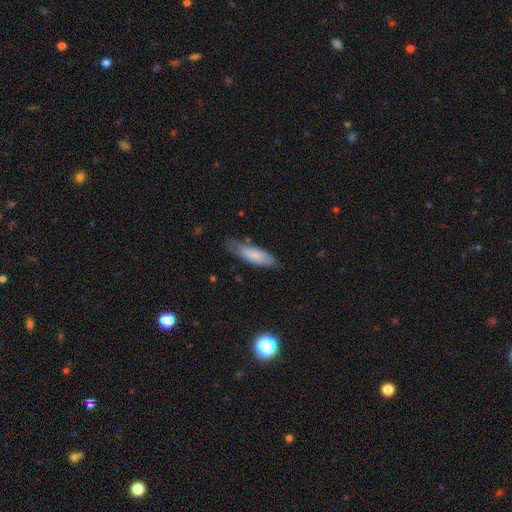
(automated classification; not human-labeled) Q: Smooth or featured?
A: smooth (81%); runner-up: featured or disk (14%)
Q: How rounded?
A: in between (51%); runner-up: cigar-shaped (47%)
Q: Merging?
A: none (62%); runner-up: minor disturbance (29%)